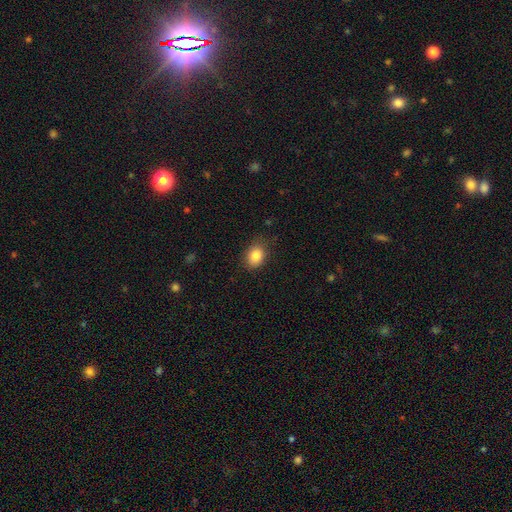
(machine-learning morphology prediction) Smooth or featured: smooth — 85% (star or artifact — 9%)
How rounded: in between — 63% (round — 36%)
Merging: none — 80% (minor disturbance — 15%)